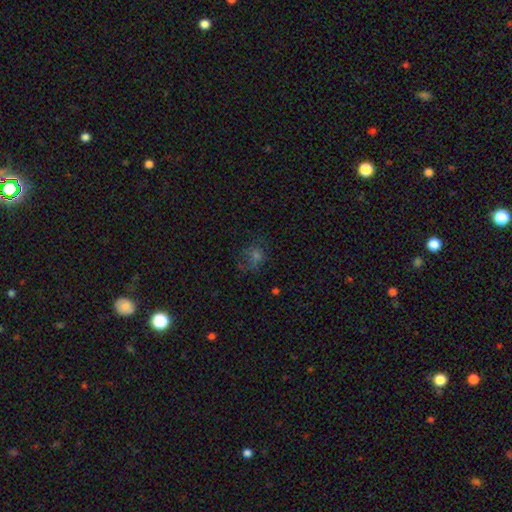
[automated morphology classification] Overall: smooth (48%; star or artifact 33%). Merging: none (59%; minor disturbance 21%).